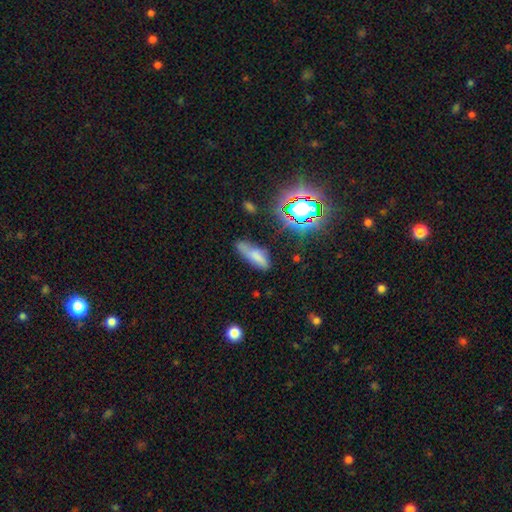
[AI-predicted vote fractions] smooth 67%, featured or disk 18%, star or artifact 15%. Down the decision tree: how rounded — in between (53%); merging — none (49%).